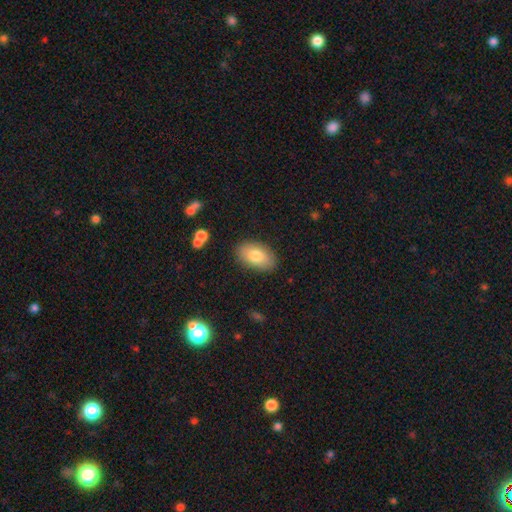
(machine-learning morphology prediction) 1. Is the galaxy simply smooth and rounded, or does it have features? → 79% smooth, 14% featured or disk, 7% star or artifact.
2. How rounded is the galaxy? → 93% in between, 6% round, 1% cigar-shaped.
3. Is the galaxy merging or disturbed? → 86% none, 10% minor disturbance, 2% major disturbance, 2% merger.